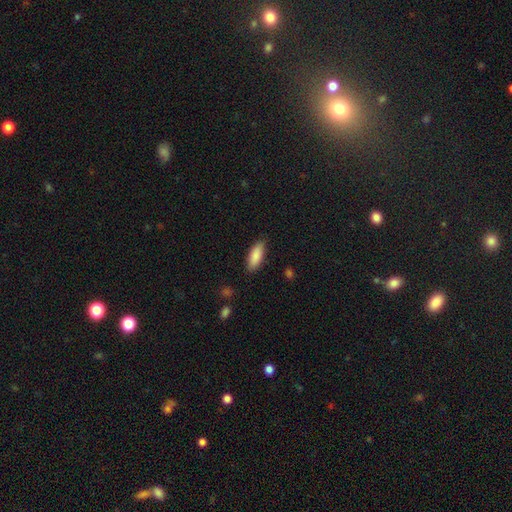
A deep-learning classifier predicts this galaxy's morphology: This is clearly a smooth galaxy (87%). How rounded: likely in between (71%). Merging: clearly none (85%).